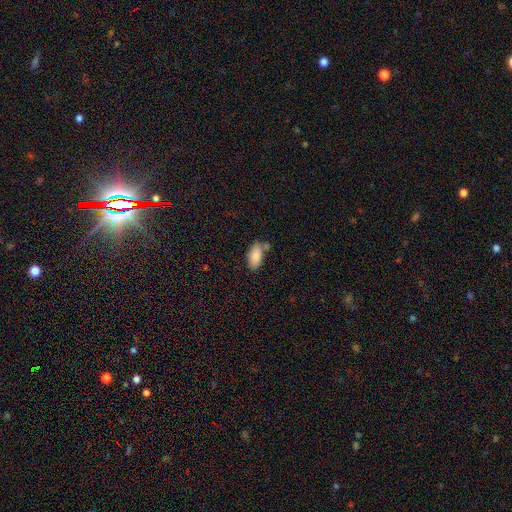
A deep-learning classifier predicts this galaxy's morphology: smooth 86%, featured or disk 7%, star or artifact 7%. Down the decision tree: how rounded — in between (92%); merging — none (56%).